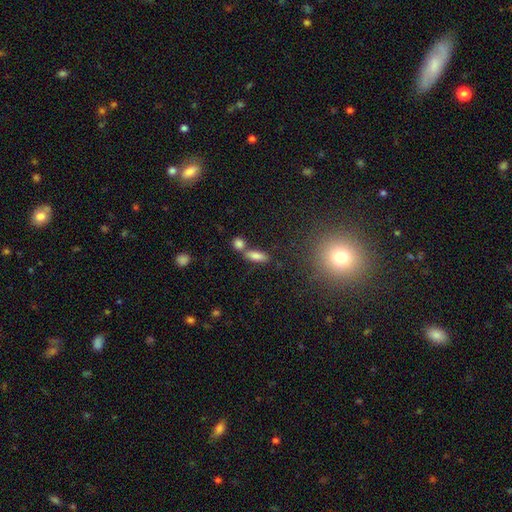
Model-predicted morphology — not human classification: type=smooth (77%); roundness=in between (62%); merging=none (56%).